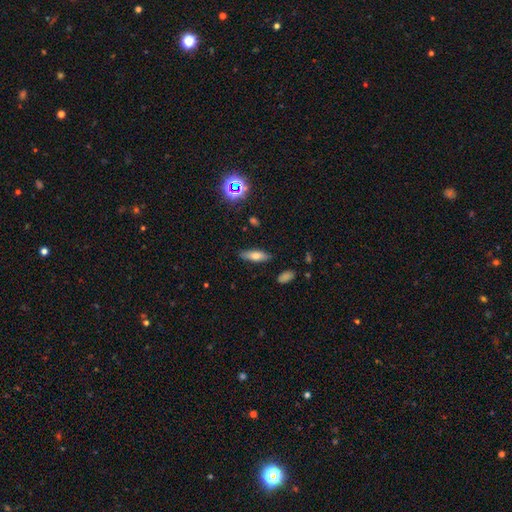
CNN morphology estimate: Smooth or featured? Predicted: smooth (p=0.68). How rounded? Predicted: in between (p=0.54). Merging? Predicted: none (p=0.85).